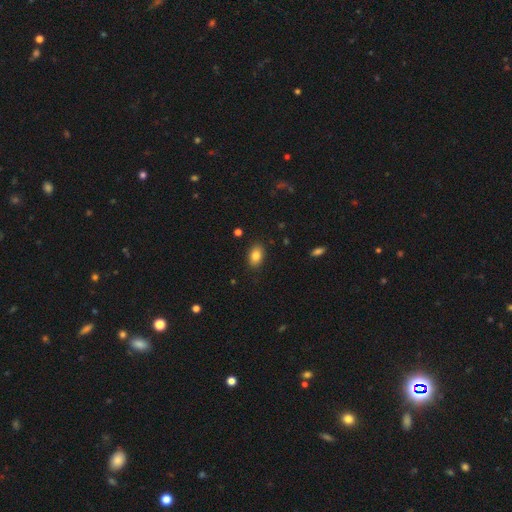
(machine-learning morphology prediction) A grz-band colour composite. It shows a smooth galaxy with no disk features (83%) that is in between round and cigar-shaped (85%). Merging: none (87%).